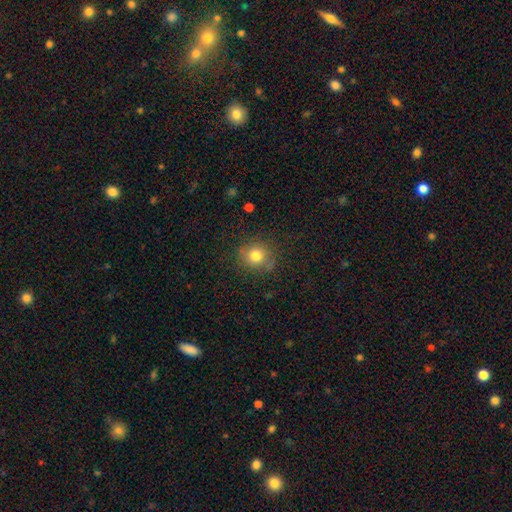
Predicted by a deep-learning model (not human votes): Smooth or featured: smooth — 79% (star or artifact — 12%)
How rounded: round — 83% (in between — 16%)
Merging: none — 79% (minor disturbance — 15%)